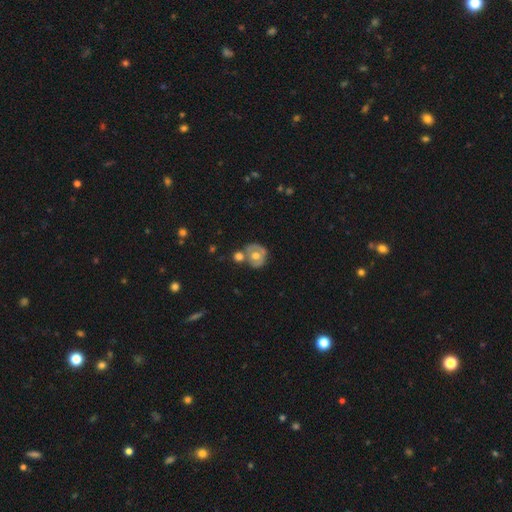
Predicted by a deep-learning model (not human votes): Smooth or featured: featured or disk — 48% (smooth — 45%)
Merging: none — 51% (merger — 28%)